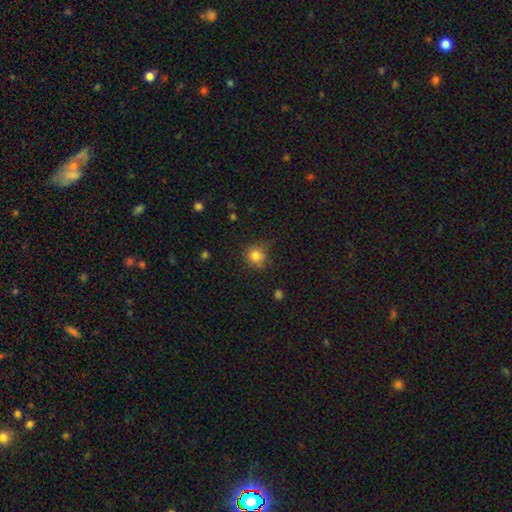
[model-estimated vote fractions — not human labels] Smooth or featured? smooth (81%)
How rounded? round (85%)
Merging? none (70%)